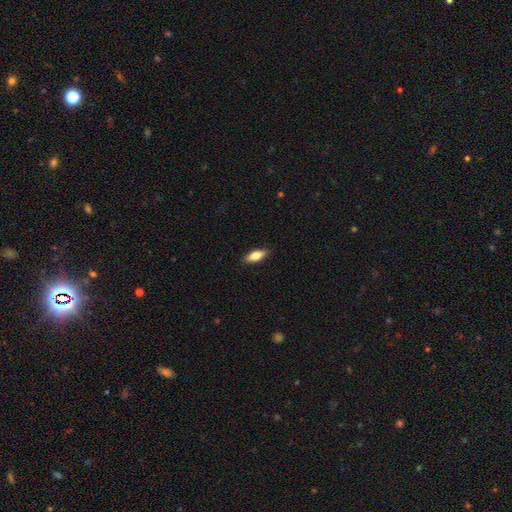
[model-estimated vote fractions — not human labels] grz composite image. It shows a smooth galaxy with no disk features (76%) that is in between round and cigar-shaped (77%). Merging: none (88%).